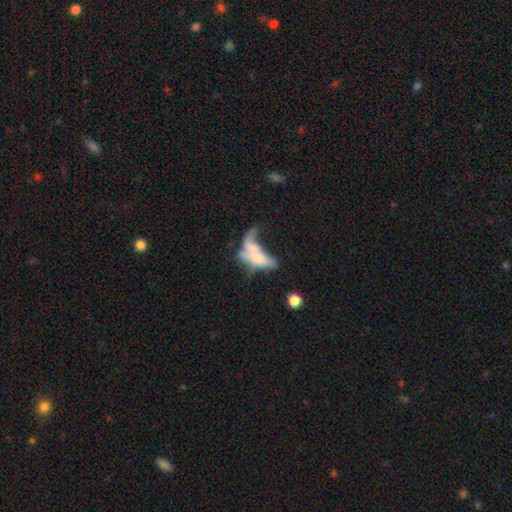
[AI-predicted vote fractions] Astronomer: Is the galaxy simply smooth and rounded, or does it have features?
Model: smooth — 46% (runner-up: featured or disk, 44%).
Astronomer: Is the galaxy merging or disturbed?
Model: merger — 44% (runner-up: major disturbance, 31%).